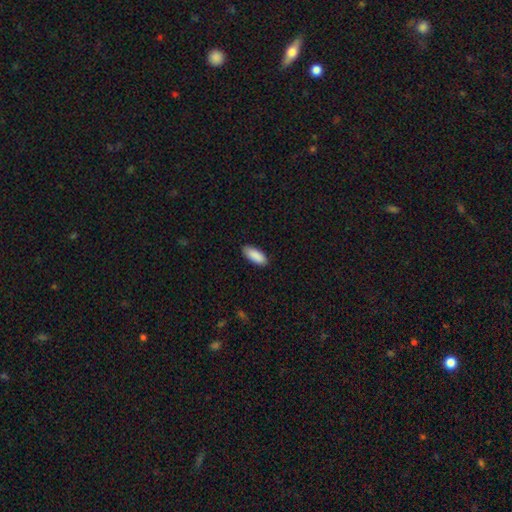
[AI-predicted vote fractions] Smooth or featured?
  - smooth: 91% *
  - star or artifact: 6%
  - featured or disk: 4%
How rounded?
  - in between: 82% *
  - cigar-shaped: 16%
  - round: 2%
Merging?
  - none: 88% *
  - minor disturbance: 9%
  - major disturbance: 2%
  - merger: 1%